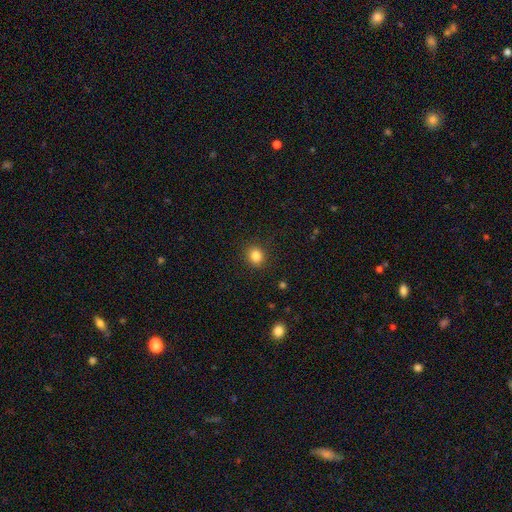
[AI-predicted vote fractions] smooth_or_featured: smooth (p=0.84) [alt: star or artifact p=0.11]
how_rounded: round (p=0.78) [alt: in between p=0.21]
merging: none (p=0.90) [alt: minor disturbance p=0.07]